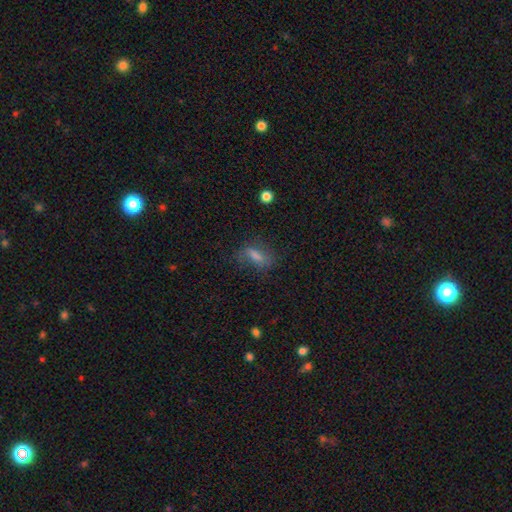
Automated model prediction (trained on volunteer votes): Morphology: type=smooth (60%); roundness=in between (68%); merging=none (65%).